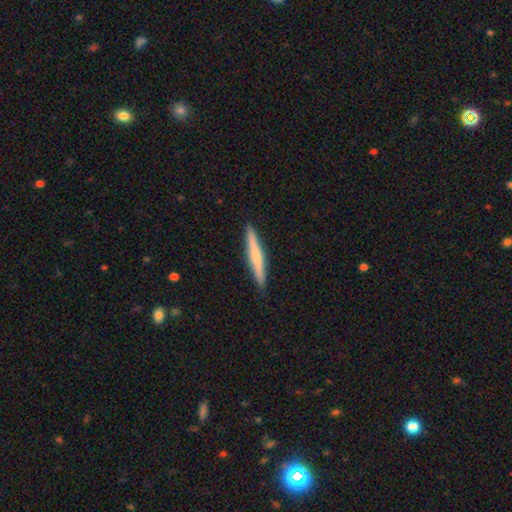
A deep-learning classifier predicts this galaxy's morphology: A smooth galaxy with no disk features (48%).

Vote fractions:
- Smooth or featured? smooth: 48% / featured or disk: 46% / star or artifact: 5%
- Merging? none: 92% / minor disturbance: 6% / major disturbance: 1% / merger: 1%